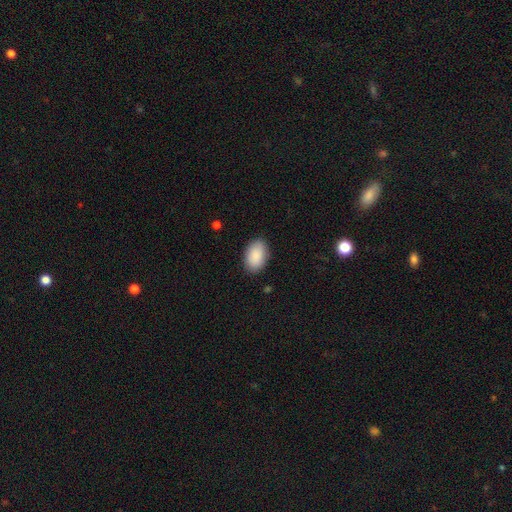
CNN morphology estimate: Smooth or featured? Predicted: smooth (p=0.90). How rounded? Predicted: in between (p=0.91). Merging? Predicted: none (p=0.87).